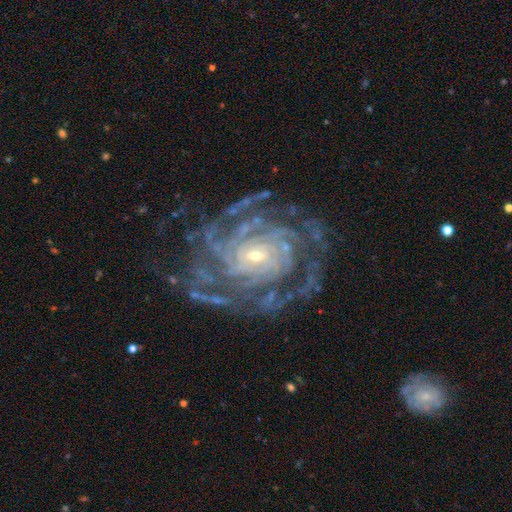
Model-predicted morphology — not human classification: The model was most divided on "spiral arm count": can't tell: 24%, 4: 23%, more than 4: 21%, 3: 14%, 2: 10%, 1: 8%. More confident: spiral arms — yes (97%); edge-on disk — no (97%); smooth or featured — featured or disk (90%); bulge size — small (76%); merging — none (72%); spiral winding — tight (71%); bar — no (60%).